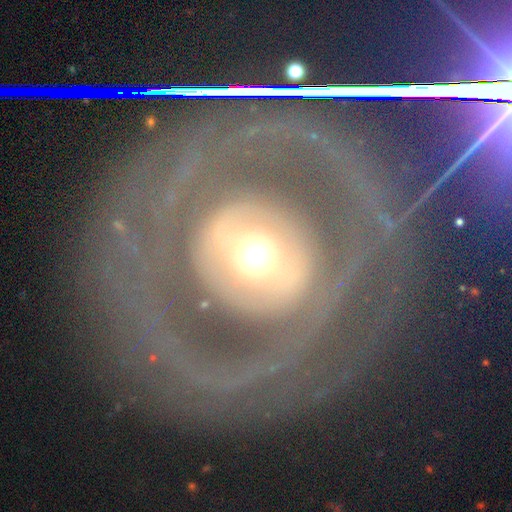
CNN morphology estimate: This appears to be a featured or disk galaxy (66%) with no bar (55%), no spiral arms (55%) and a moderate central bulge (61%). Merging: none (65%).